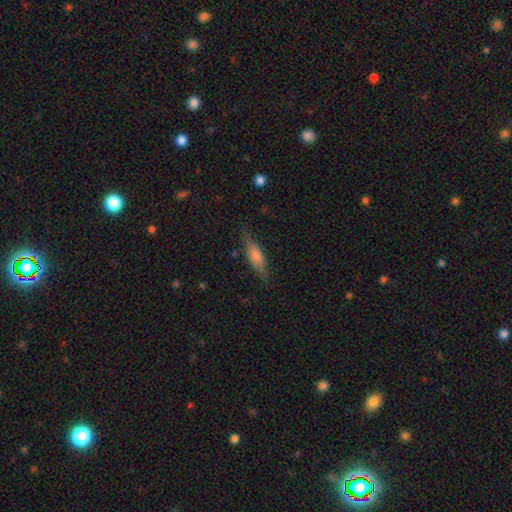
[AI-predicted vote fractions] Smooth or featured?
  - smooth: 51% *
  - featured or disk: 41%
  - star or artifact: 7%
How rounded?
  - cigar-shaped: 69% *
  - in between: 29%
  - round: 3%
Merging?
  - none: 81% *
  - minor disturbance: 14%
  - major disturbance: 4%
  - merger: 1%